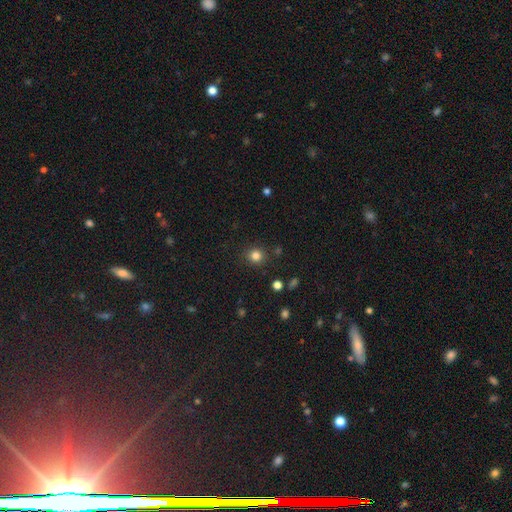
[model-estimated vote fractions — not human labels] A smooth galaxy with no disk features (82%) that is round (89%). Merging: none (88%).